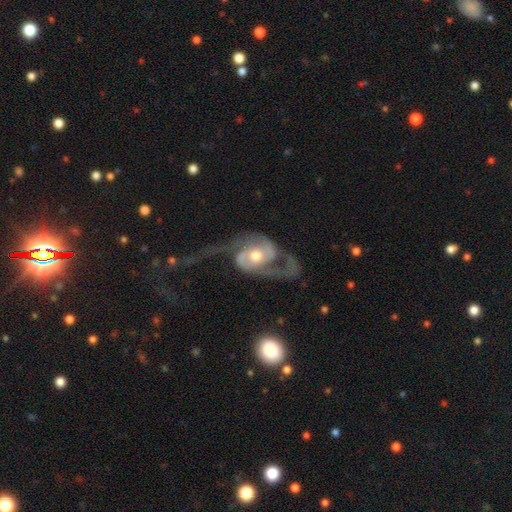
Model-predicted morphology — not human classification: This is clearly a featured or disk galaxy (84%). It is clearly not viewed edge-on (96%). Bar: likely no (60%). Spiral arm pattern: clearly yes (91%). Spiral arm count: clearly 2 (86%). Spiral winding: possibly loose (51%). Central bulge: likely moderate (71%). Merging: marginally major disturbance (43%).